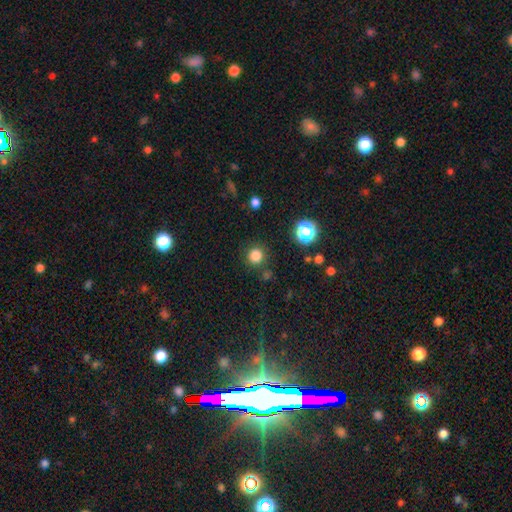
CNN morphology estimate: The model was most divided on "smooth or featured": smooth: 81%, star or artifact: 15%, featured or disk: 4%. More confident: how rounded — round (94%); merging — none (86%).